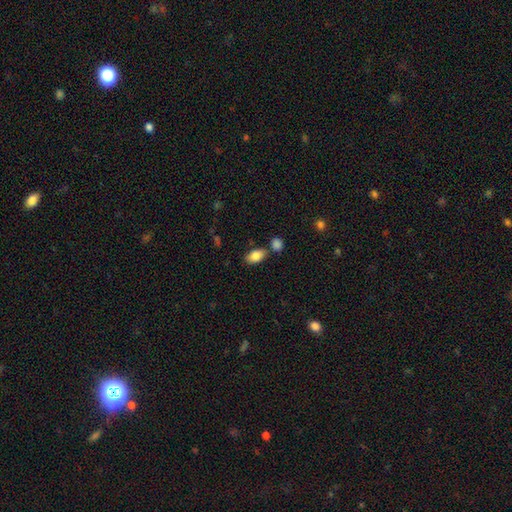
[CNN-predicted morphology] type=smooth (85%); roundness=in between (92%); merging=none (73%).